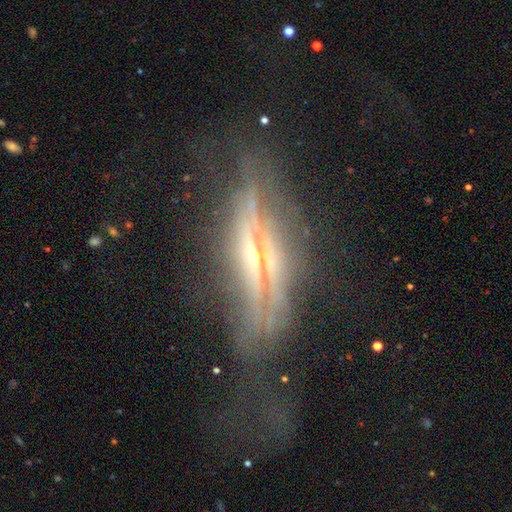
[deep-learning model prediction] Smooth or featured? featured or disk (77%)
Edge-on disk? yes (84%)
Edge-on bulge? rounded (70%)
Merging? none (49%)